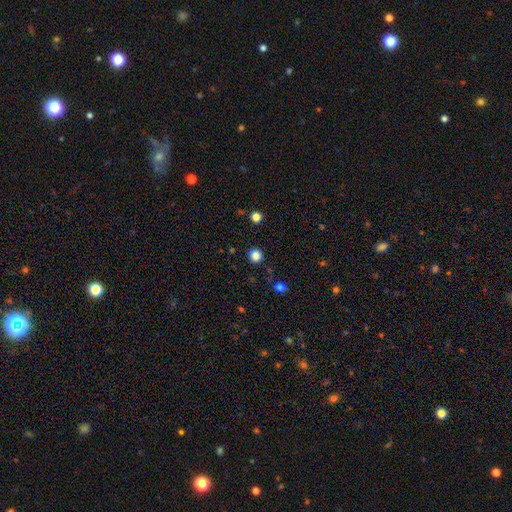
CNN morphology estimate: This appears to be a smooth galaxy with no disk features (84%) that is round (94%). Merging: none (91%).